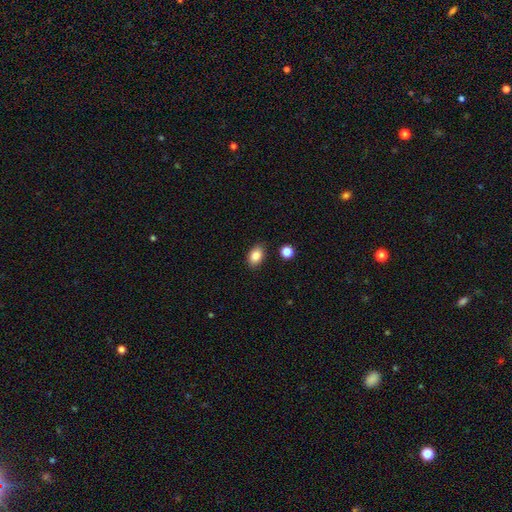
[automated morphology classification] A smooth galaxy with no disk features (85%) that is in between round and cigar-shaped (84%).

Vote fractions:
- Smooth or featured? smooth: 85% / star or artifact: 9% / featured or disk: 6%
- How rounded? in between: 84% / round: 14% / cigar-shaped: 1%
- Merging? none: 86% / minor disturbance: 10% / merger: 2% / major disturbance: 2%